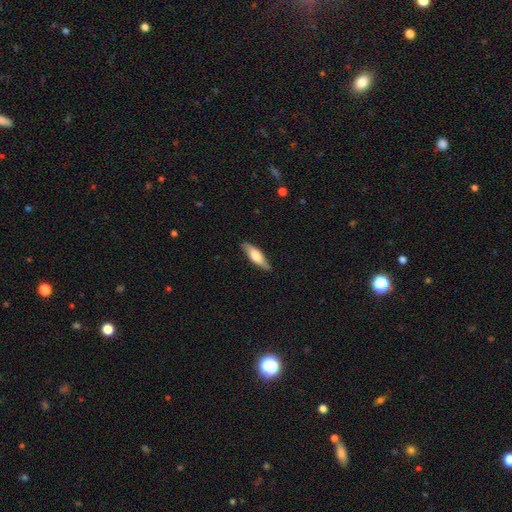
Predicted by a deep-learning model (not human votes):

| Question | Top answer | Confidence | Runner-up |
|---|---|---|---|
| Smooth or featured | smooth | 61% | featured or disk (33%) |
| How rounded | cigar-shaped | 52% | in between (46%) |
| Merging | none | 84% | minor disturbance (13%) |